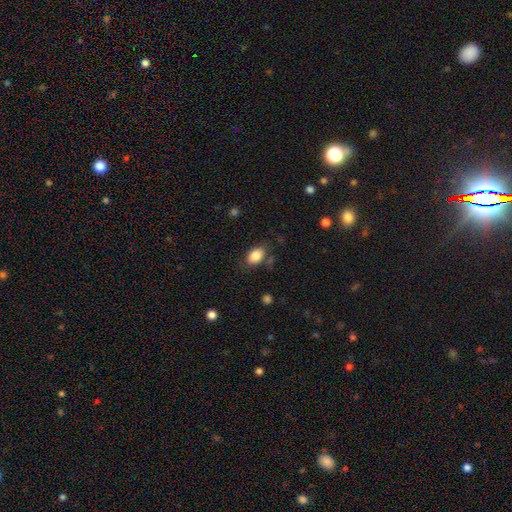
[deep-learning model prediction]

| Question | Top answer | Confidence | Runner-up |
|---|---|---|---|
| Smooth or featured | smooth | 86% | star or artifact (8%) |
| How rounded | in between | 84% | round (15%) |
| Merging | none | 76% | minor disturbance (16%) |